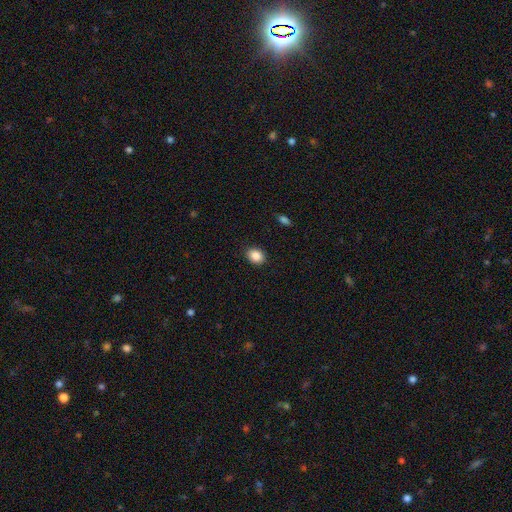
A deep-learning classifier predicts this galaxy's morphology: smooth-or-featured: smooth: 88% | star or artifact: 8% | featured or disk: 4%
  how-rounded: in between: 57% | round: 42% | cigar-shaped: 1%
  merging: none: 88% | minor disturbance: 8% | major disturbance: 2% | merger: 1%